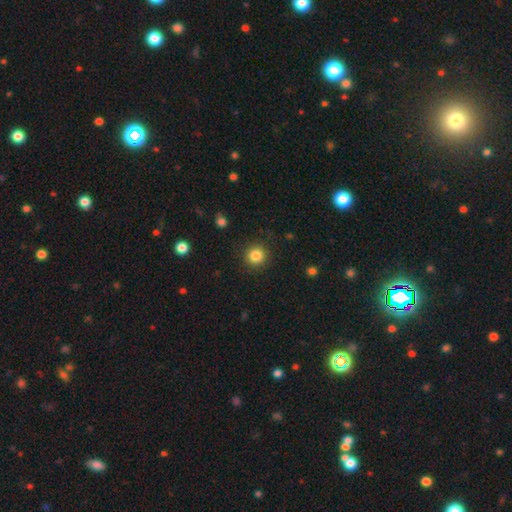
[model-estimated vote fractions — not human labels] Smooth or featured: smooth — 84% (star or artifact — 11%)
How rounded: round — 93% (in between — 6%)
Merging: none — 90% (minor disturbance — 6%)